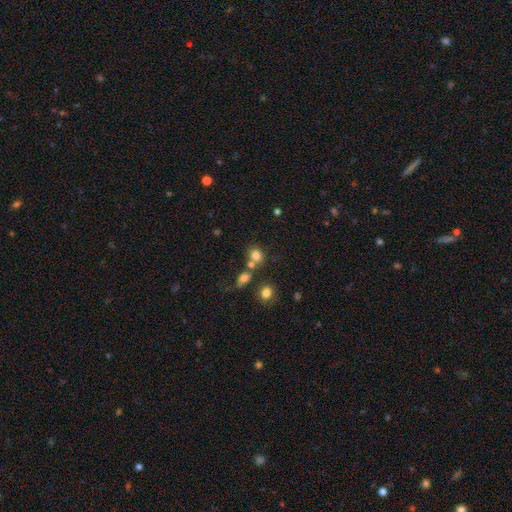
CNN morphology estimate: This is likely a smooth galaxy (78%). How rounded: likely round (74%). Merging: possibly none (54%).